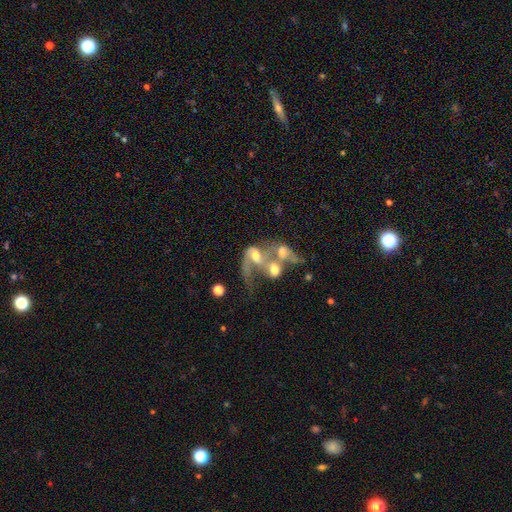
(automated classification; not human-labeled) Overall: featured or disk (62%; smooth 27%). Edge-on disk: no (96%). Bar: no (62%; weak 28%). Spiral arms: yes (67%; no 33%). Bulge size: moderate (49%; small 18%). Merging: merger (74%).